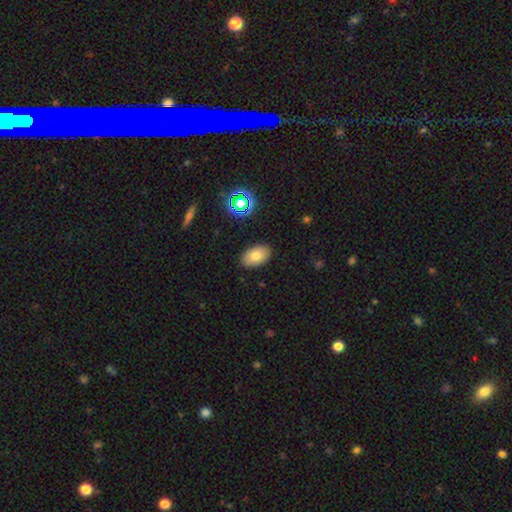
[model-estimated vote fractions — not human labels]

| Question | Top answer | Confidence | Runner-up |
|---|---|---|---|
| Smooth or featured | smooth | 77% | featured or disk (12%) |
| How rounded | in between | 92% | round (7%) |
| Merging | none | 87% | minor disturbance (9%) |